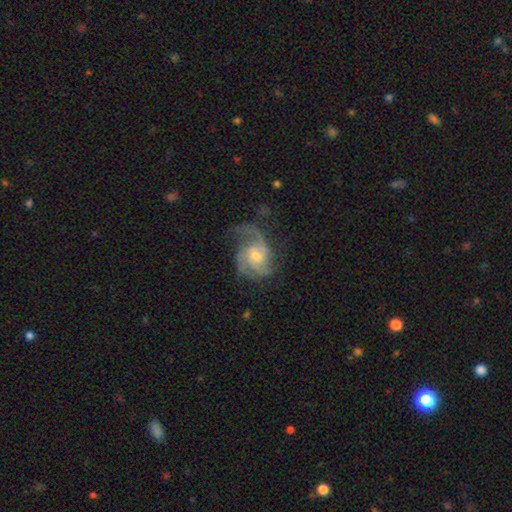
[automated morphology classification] Q: Smooth or featured?
A: featured or disk (87%); runner-up: smooth (7%)
Q: Edge-on disk?
A: no (98%); runner-up: yes (2%)
Q: Bar?
A: no (62%); runner-up: weak (32%)
Q: Spiral arms?
A: yes (97%); runner-up: no (3%)
Q: Spiral winding?
A: medium (48%); runner-up: tight (31%)
Q: Spiral arm count?
A: 3 (44%); runner-up: 2 (27%)
Q: Bulge size?
A: moderate (50%); runner-up: small (45%)
Q: Merging?
A: none (56%); runner-up: minor disturbance (22%)